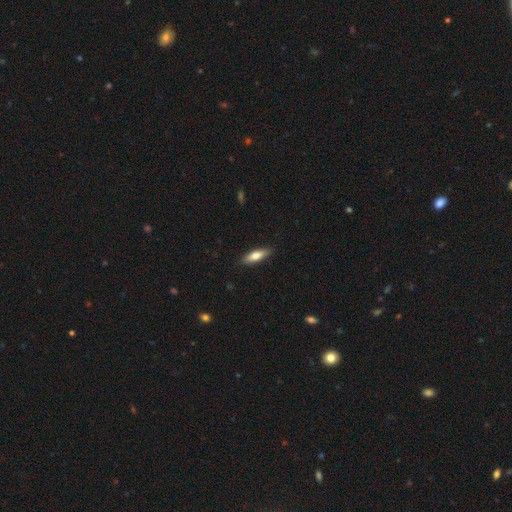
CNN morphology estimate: type=smooth (76%); roundness=in between (52%); merging=none (87%).